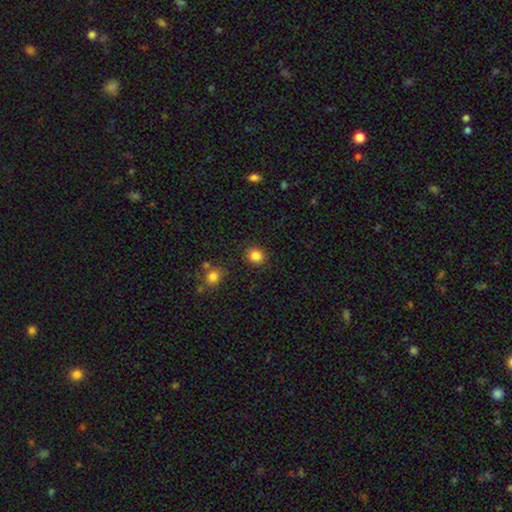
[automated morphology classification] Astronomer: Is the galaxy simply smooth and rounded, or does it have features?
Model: smooth — 84%.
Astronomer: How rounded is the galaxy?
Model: round — 81%.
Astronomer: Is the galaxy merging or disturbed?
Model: none — 89%.